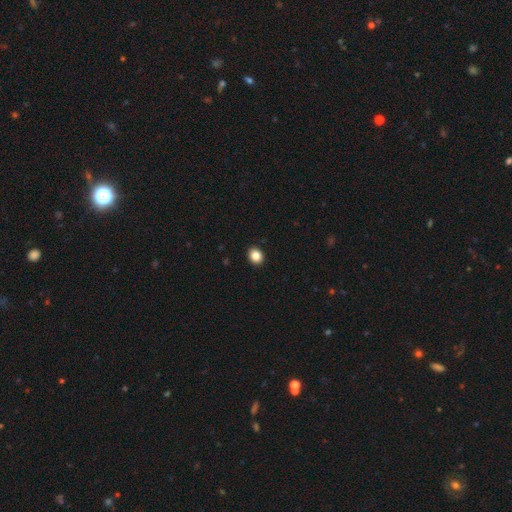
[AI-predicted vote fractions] Morphology: type=smooth (86%); roundness=round (67%); merging=none (92%).